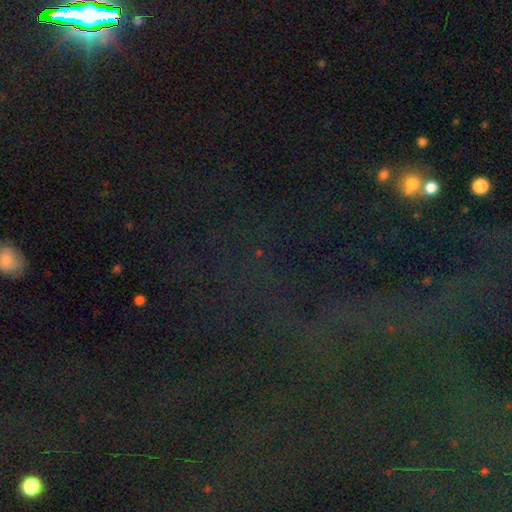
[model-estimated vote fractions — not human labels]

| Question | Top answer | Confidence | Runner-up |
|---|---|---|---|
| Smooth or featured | star or artifact | 79% | smooth (12%) |